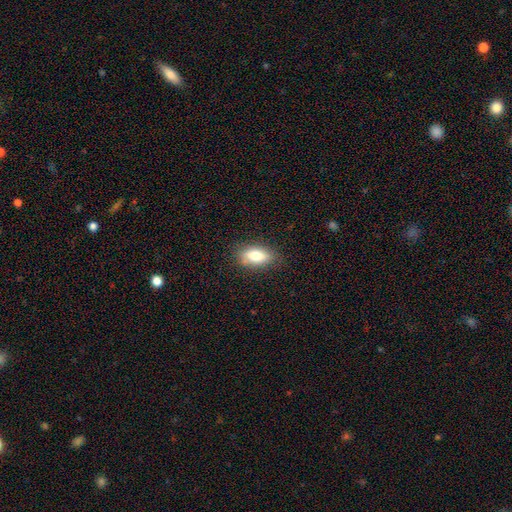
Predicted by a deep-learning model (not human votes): Smooth or featured?
  - smooth: 78% *
  - featured or disk: 14%
  - star or artifact: 8%
How rounded?
  - in between: 83% *
  - cigar-shaped: 12%
  - round: 5%
Merging?
  - none: 80% *
  - minor disturbance: 15%
  - major disturbance: 3%
  - merger: 1%